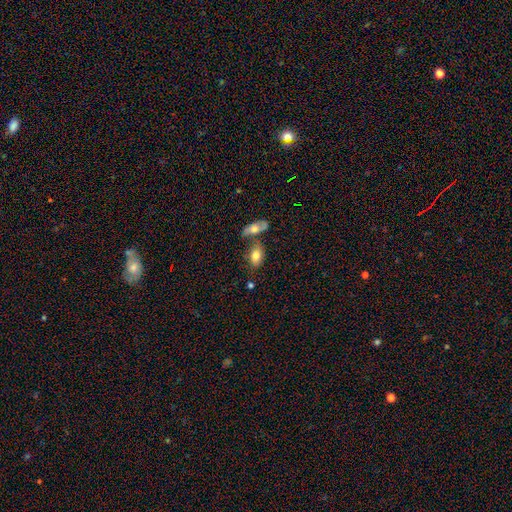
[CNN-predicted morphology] This is likely a smooth galaxy (77%). How rounded: clearly in between (89%). Merging: possibly none (53%).